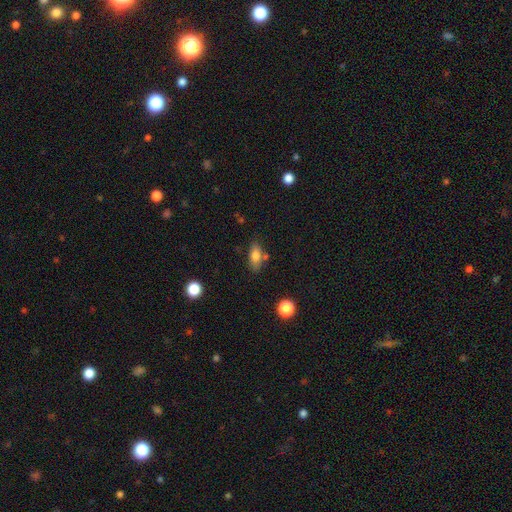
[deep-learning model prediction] smooth-or-featured: smooth: 76% | featured or disk: 15% | star or artifact: 9%
  how-rounded: in between: 78% | cigar-shaped: 16% | round: 6%
  merging: none: 69% | minor disturbance: 17% | merger: 10% | major disturbance: 4%